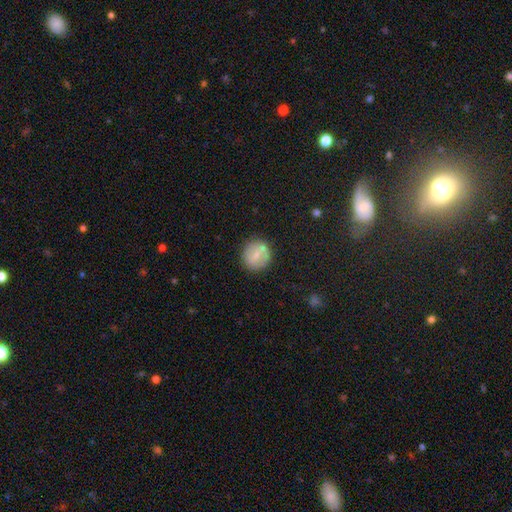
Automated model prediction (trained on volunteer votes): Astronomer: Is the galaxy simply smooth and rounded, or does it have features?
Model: smooth — 49% (runner-up: featured or disk, 44%).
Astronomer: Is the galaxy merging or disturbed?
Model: none — 78%.